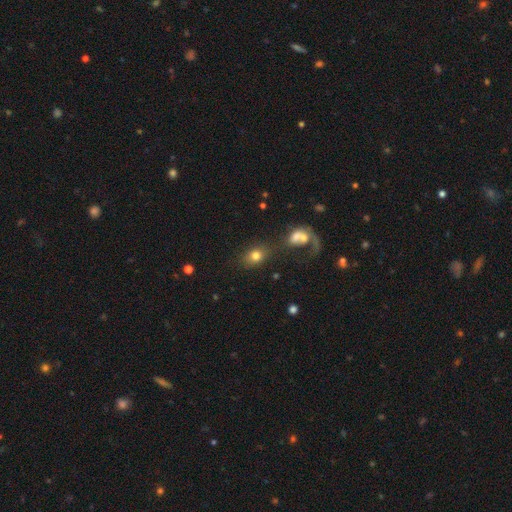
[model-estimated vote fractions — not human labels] smooth 75%, featured or disk 13%, star or artifact 12%. Down the decision tree: how rounded — in between (57%); merging — none (63%).